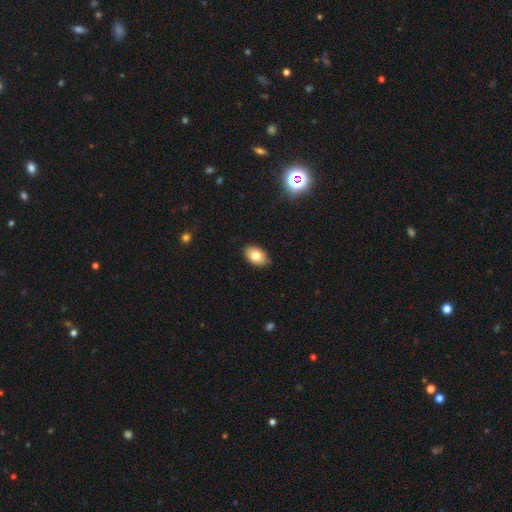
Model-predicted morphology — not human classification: type=smooth (79%); roundness=in between (86%); merging=none (87%).